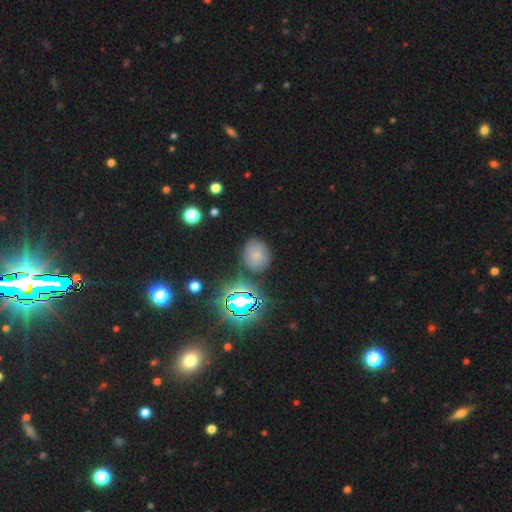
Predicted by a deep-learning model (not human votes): A smooth galaxy with no disk features (61%) that is round (68%). Merging: none (78%).